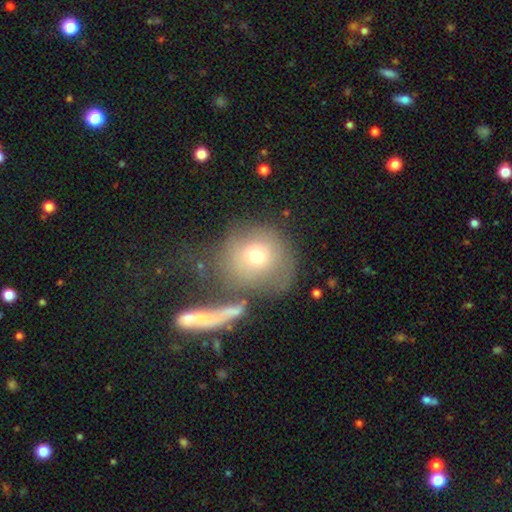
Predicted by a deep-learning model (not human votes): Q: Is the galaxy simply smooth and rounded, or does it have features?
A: smooth — 67%.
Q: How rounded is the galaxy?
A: round — 83%.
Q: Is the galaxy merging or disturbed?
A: none — 45%.